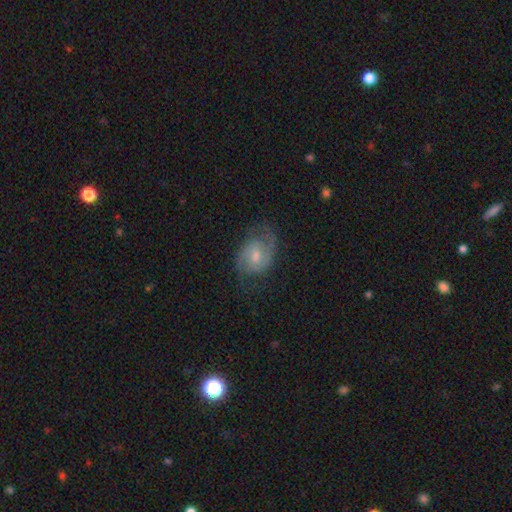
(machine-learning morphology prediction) This appears to be a featured or disk galaxy (72%) with no bar (52%), 2 (78%) medium (47%) spiral arms (92%) and a moderate central bulge (50%). Merging: none (66%).